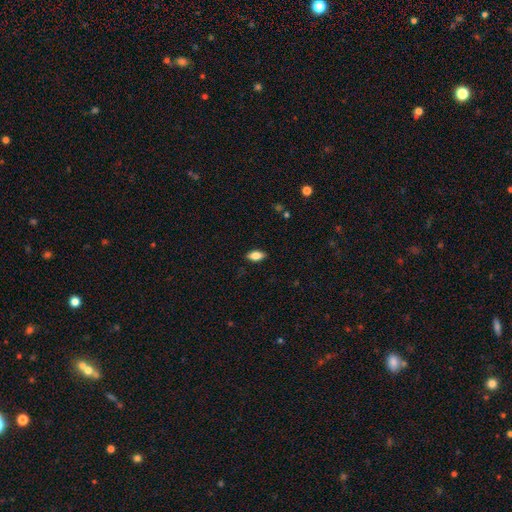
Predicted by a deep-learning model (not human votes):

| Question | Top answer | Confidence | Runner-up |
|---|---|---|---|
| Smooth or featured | smooth | 79% | featured or disk (13%) |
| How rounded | in between | 88% | cigar-shaped (8%) |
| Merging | none | 87% | minor disturbance (10%) |